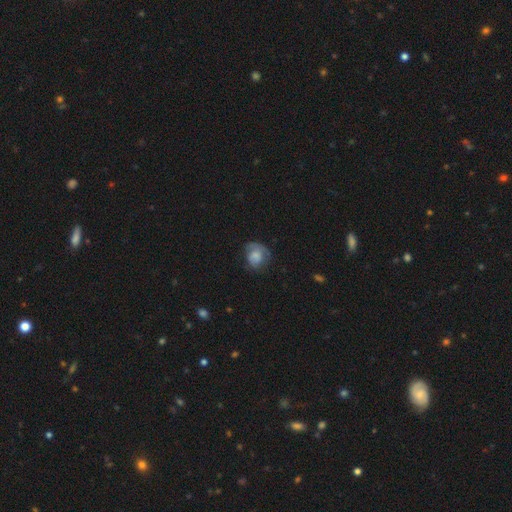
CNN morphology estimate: type=smooth (56%); roundness=round (66%); merging=none (51%).